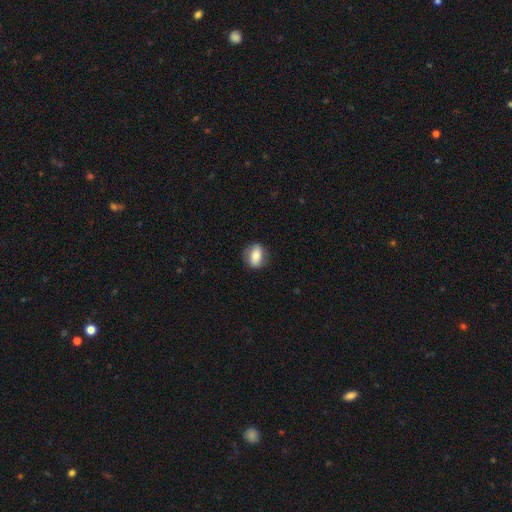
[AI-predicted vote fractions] Smooth or featured?
  - smooth: 68% *
  - featured or disk: 25%
  - star or artifact: 8%
How rounded?
  - in between: 66% *
  - round: 31%
  - cigar-shaped: 3%
Merging?
  - none: 81% *
  - minor disturbance: 14%
  - major disturbance: 4%
  - merger: 1%